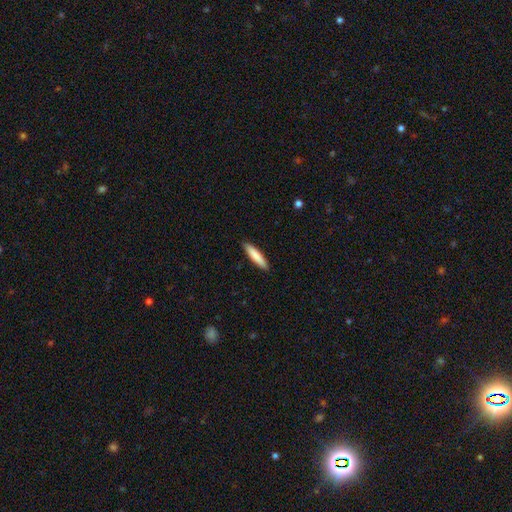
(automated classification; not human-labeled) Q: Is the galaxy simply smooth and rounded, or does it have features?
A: smooth — 82%.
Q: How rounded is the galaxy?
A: cigar-shaped — 84%.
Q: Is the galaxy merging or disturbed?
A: none — 90%.